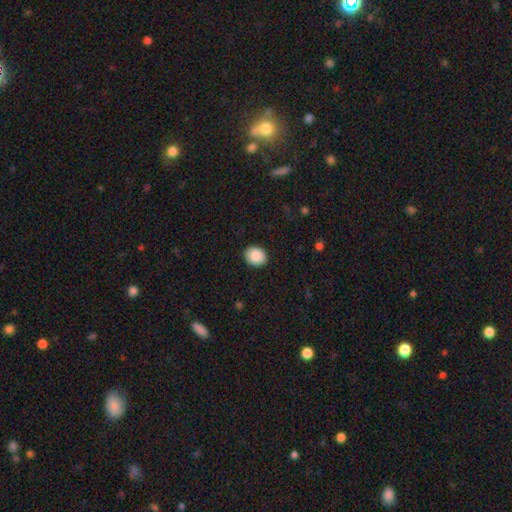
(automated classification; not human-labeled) Overall: smooth (87%). How rounded: round (64%; in between 35%). Merging: none (91%).